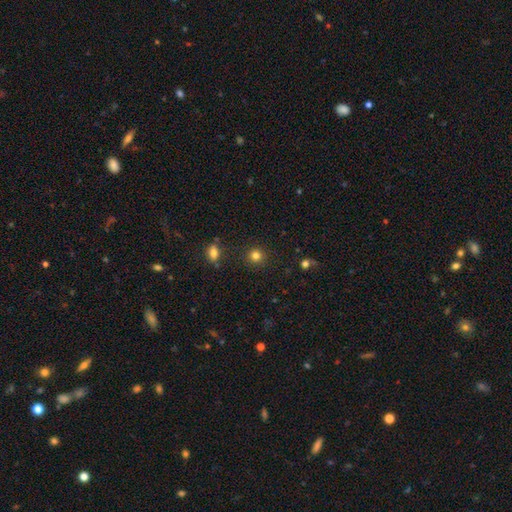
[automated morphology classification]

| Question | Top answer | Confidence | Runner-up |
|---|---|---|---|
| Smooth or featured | smooth | 82% | star or artifact (13%) |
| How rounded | round | 92% | in between (7%) |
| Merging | none | 89% | minor disturbance (6%) |